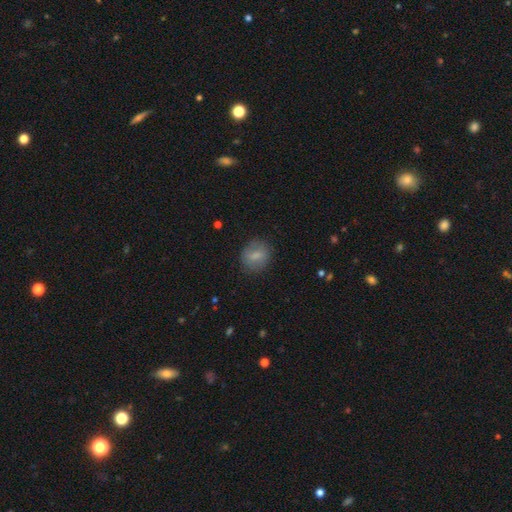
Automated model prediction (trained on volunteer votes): Morphology: type=smooth (75%); roundness=round (62%); merging=none (82%).